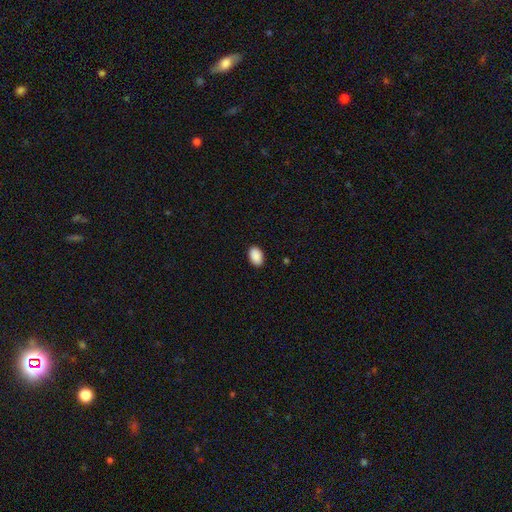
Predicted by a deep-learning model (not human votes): smooth_or_featured: smooth (p=0.91) [alt: star or artifact p=0.07]
how_rounded: in between (p=0.91) [alt: round p=0.08]
merging: none (p=0.90) [alt: minor disturbance p=0.08]